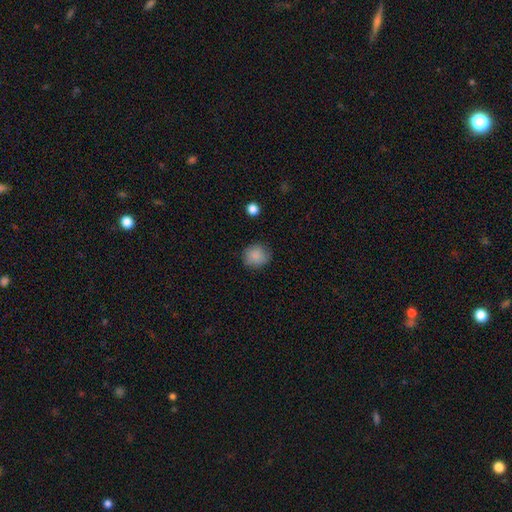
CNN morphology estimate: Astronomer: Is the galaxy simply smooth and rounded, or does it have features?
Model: smooth — 86%.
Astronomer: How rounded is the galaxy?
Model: round — 81%.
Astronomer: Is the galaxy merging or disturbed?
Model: none — 79%.